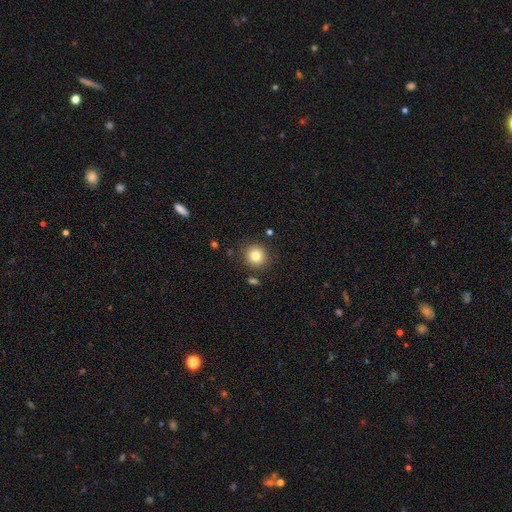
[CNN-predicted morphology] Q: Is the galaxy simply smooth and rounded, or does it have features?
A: smooth — 81%.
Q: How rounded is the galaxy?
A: round — 91%.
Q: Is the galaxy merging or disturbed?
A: none — 87%.